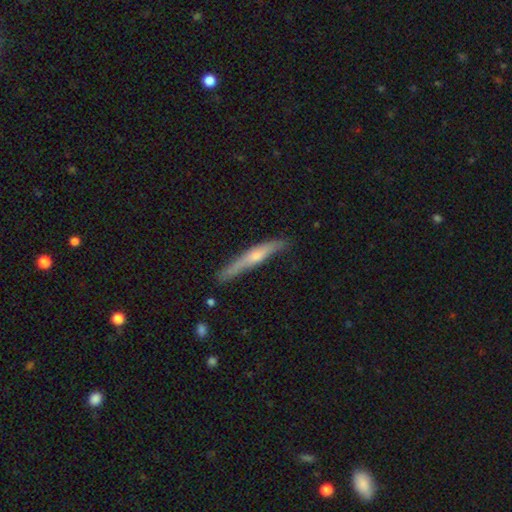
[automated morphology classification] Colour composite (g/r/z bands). It shows a featured or disk galaxy (54%) viewed edge-on (94%) with a rounded central bulge (72%). Merging: none (76%).